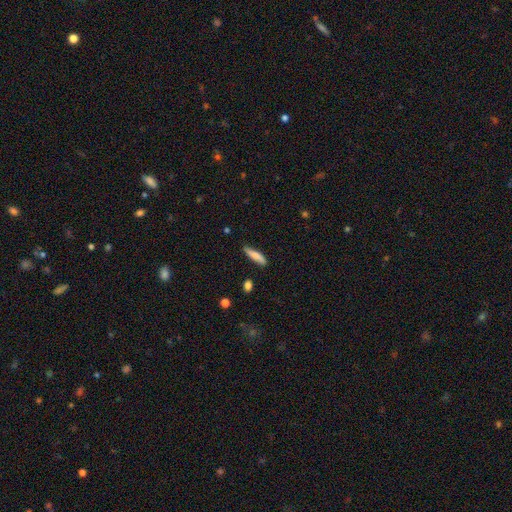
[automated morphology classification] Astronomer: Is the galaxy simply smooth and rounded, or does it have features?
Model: smooth — 74%.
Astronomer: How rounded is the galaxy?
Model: cigar-shaped — 76%.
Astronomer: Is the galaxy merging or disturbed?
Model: none — 76%.